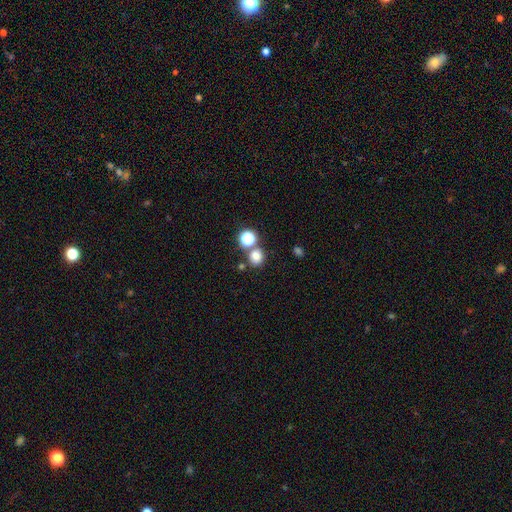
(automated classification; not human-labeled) Overall: smooth (76%). How rounded: round (82%). Merging: none (68%).